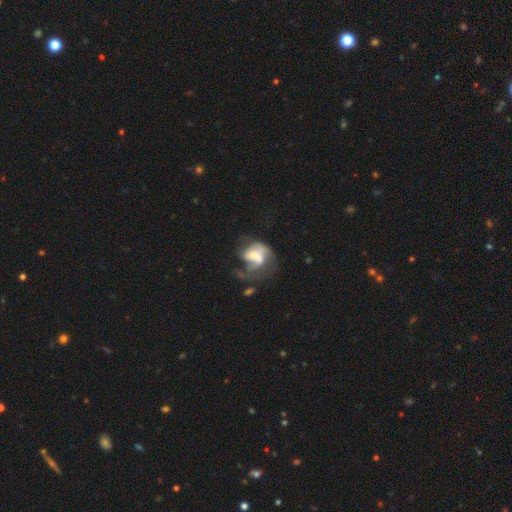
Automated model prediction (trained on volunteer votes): featured or disk 65%, smooth 27%, star or artifact 8%. Down the decision tree: edge-on disk — no (97%); bar — no (50%); spiral arms — yes (75%); bulge size — moderate (39%); merging — major disturbance (46%).